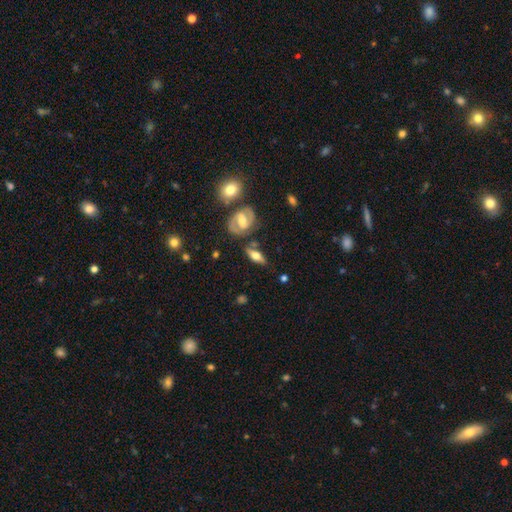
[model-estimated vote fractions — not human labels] featured or disk 49%, smooth 44%, star or artifact 7%. Down the decision tree: merging — none (69%).